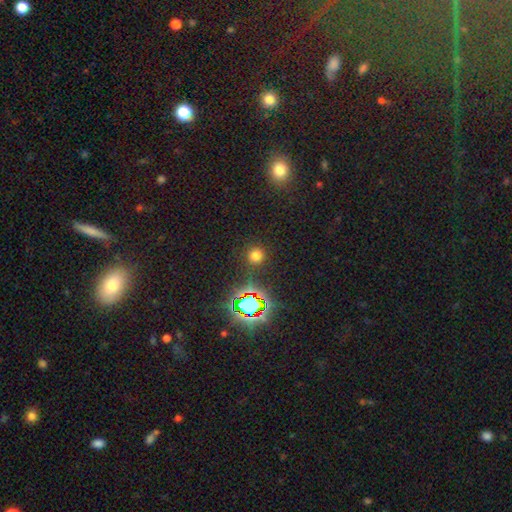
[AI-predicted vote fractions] Smooth or featured? smooth (66%)
How rounded? round (94%)
Merging? none (89%)